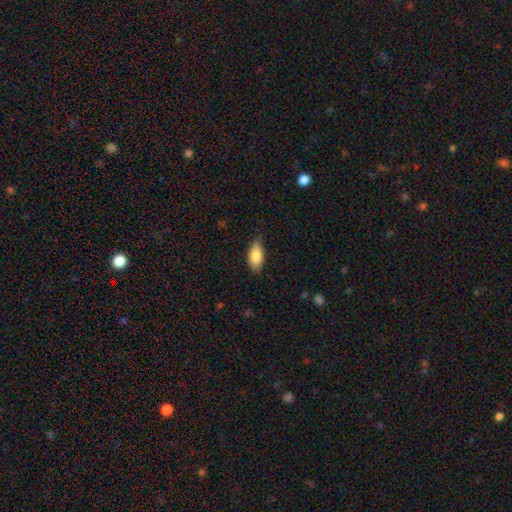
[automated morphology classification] Q: Smooth or featured?
A: smooth (85%); runner-up: featured or disk (9%)
Q: How rounded?
A: in between (90%); runner-up: cigar-shaped (8%)
Q: Merging?
A: none (73%); runner-up: minor disturbance (22%)